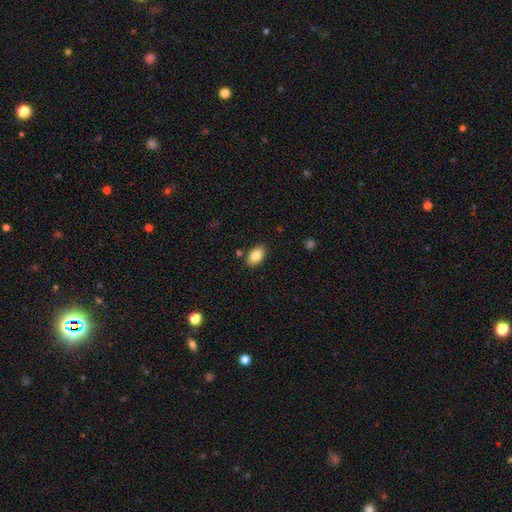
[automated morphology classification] Smooth or featured? Predicted: smooth (p=0.82). How rounded? Predicted: in between (p=0.92). Merging? Predicted: none (p=0.85).